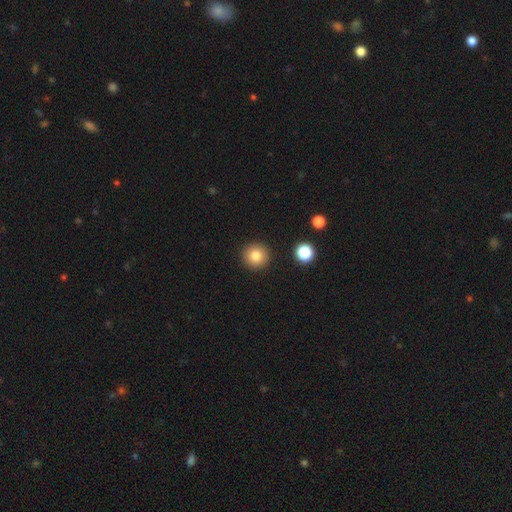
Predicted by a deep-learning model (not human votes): A smooth galaxy with no disk features (82%) that is round (95%).

Vote fractions:
- Smooth or featured? smooth: 82% / star or artifact: 11% / featured or disk: 7%
- How rounded? round: 95% / in between: 4% / cigar-shaped: 1%
- Merging? none: 92% / minor disturbance: 5% / major disturbance: 2% / merger: 2%